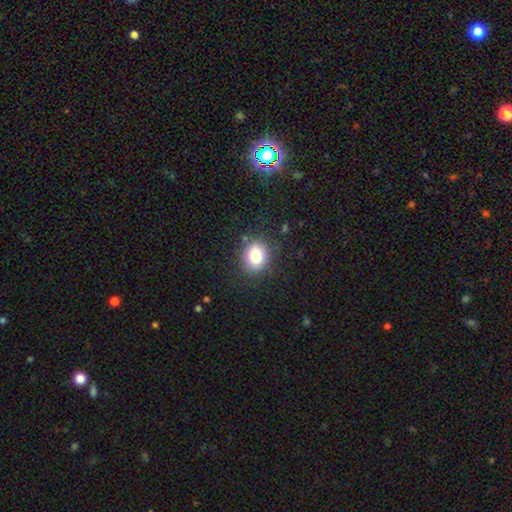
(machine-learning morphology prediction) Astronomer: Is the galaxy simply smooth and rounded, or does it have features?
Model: smooth — 80%.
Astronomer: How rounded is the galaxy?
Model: round — 61% (runner-up: in between, 39%).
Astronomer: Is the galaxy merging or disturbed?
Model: none — 84%.